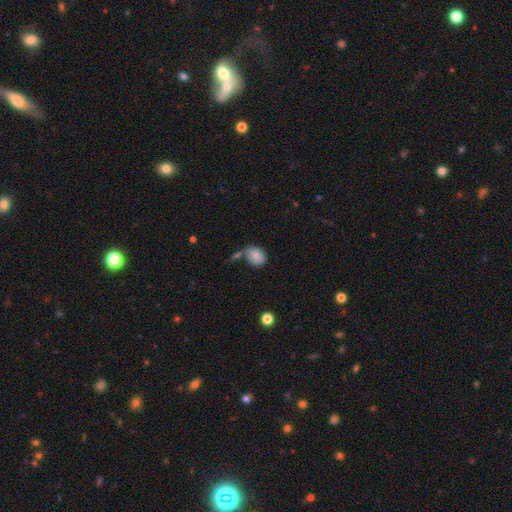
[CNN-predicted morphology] type=smooth (83%); roundness=in between (59%); merging=none (50%).